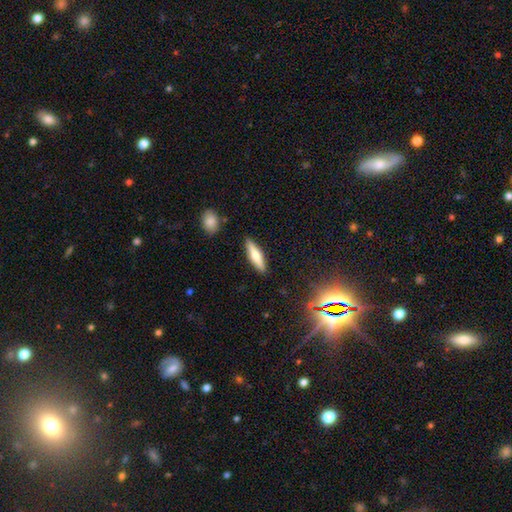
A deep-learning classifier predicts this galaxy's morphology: smooth_or_featured: smooth (p=0.64) [alt: featured or disk p=0.30]
how_rounded: cigar-shaped (p=0.74) [alt: in between p=0.24]
merging: none (p=0.89) [alt: minor disturbance p=0.08]